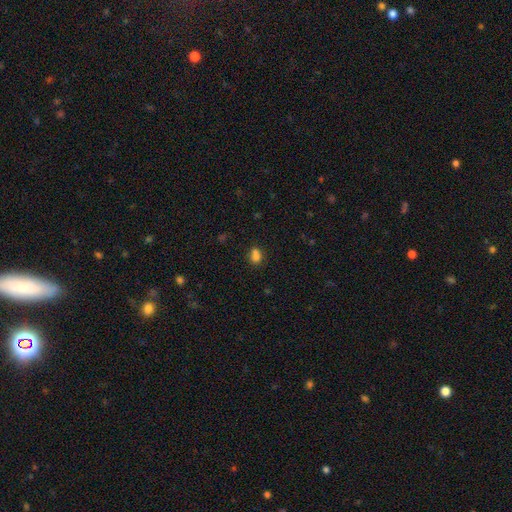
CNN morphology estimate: Smooth or featured: smooth — 76% (star or artifact — 15%)
How rounded: in between — 51% (round — 48%)
Merging: none — 47% (merger — 33%)